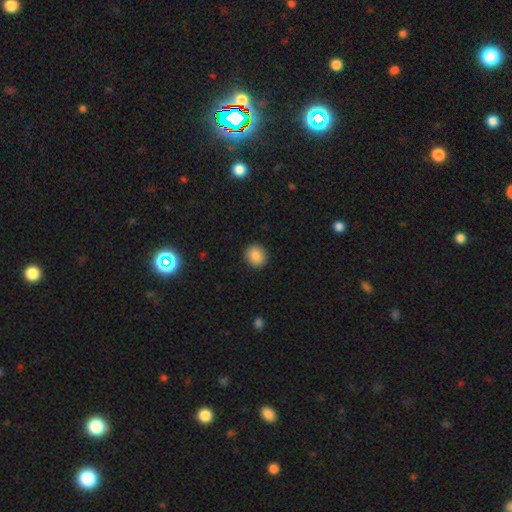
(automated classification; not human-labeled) Smooth or featured?
  - smooth: 87% *
  - star or artifact: 9%
  - featured or disk: 4%
How rounded?
  - round: 83% *
  - in between: 16%
  - cigar-shaped: 1%
Merging?
  - none: 91% *
  - minor disturbance: 6%
  - major disturbance: 2%
  - merger: 1%